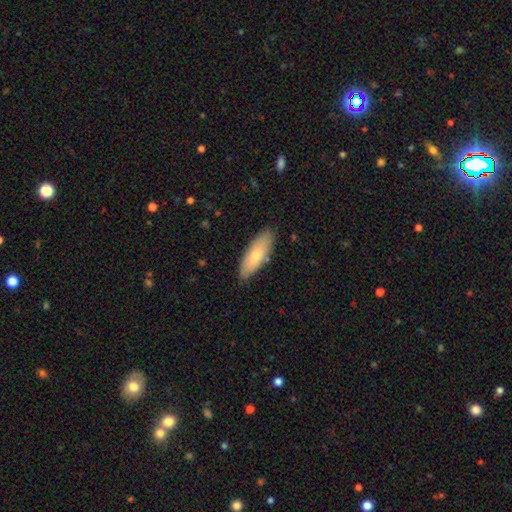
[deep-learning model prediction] Q: Smooth or featured?
A: smooth (74%); runner-up: featured or disk (21%)
Q: How rounded?
A: in between (66%); runner-up: cigar-shaped (32%)
Q: Merging?
A: none (83%); runner-up: minor disturbance (13%)